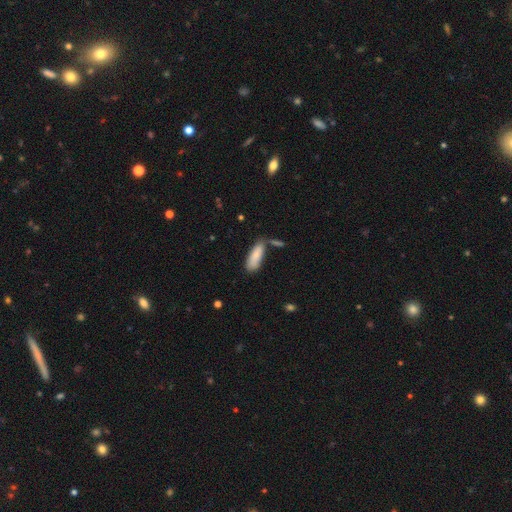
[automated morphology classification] Smooth or featured: smooth — 86% (featured or disk — 8%)
How rounded: in between — 61% (cigar-shaped — 38%)
Merging: none — 61% (minor disturbance — 21%)